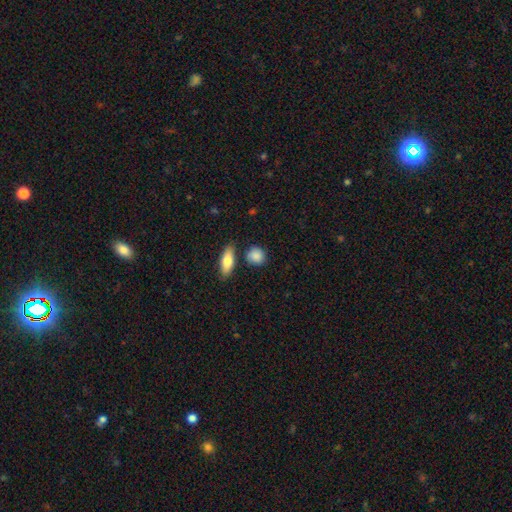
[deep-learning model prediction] Smooth or featured? Predicted: smooth (p=0.87). How rounded? Predicted: round (p=0.71). Merging? Predicted: none (p=0.76).